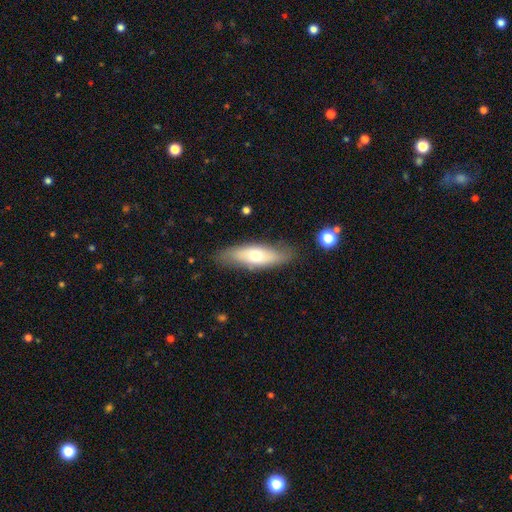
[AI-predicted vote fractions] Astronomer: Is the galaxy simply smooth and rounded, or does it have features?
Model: smooth — 56% (runner-up: featured or disk, 38%).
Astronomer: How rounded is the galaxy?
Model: in between — 58% (runner-up: cigar-shaped, 40%).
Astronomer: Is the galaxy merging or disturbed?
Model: none — 81%.